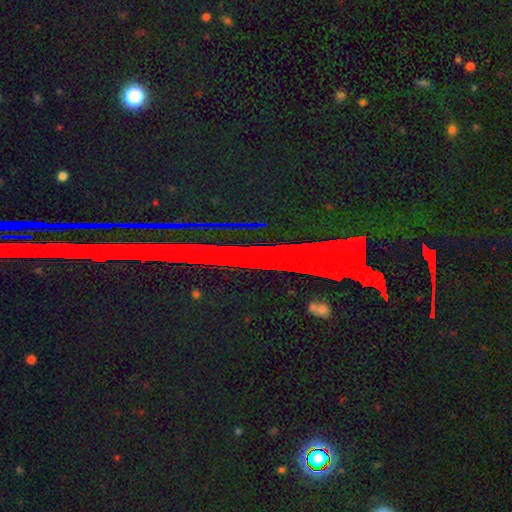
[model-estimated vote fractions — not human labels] Smooth or featured: star or artifact — 87% (featured or disk — 7%)